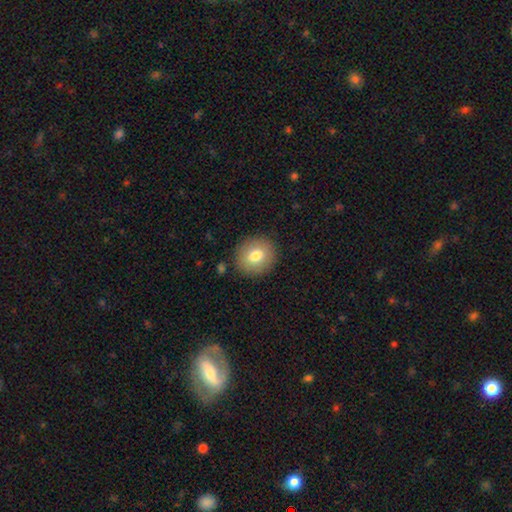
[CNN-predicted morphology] A smooth galaxy with no disk features (78%) that is round (87%). Merging: none (89%).